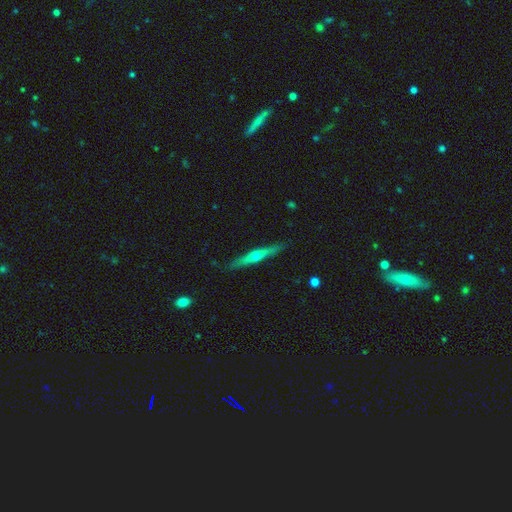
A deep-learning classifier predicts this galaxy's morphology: This appears to be a featured or disk galaxy (69%) viewed edge-on (97%) with a rounded central bulge (91%). Merging: none (89%).